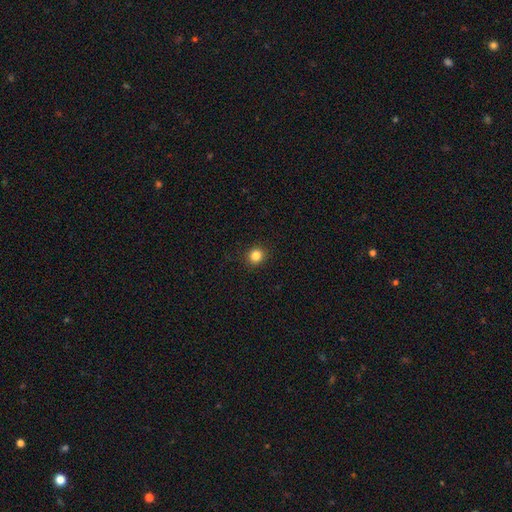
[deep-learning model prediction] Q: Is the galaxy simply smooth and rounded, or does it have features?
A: smooth — 84%.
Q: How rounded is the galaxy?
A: round — 88%.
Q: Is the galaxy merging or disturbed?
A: none — 92%.